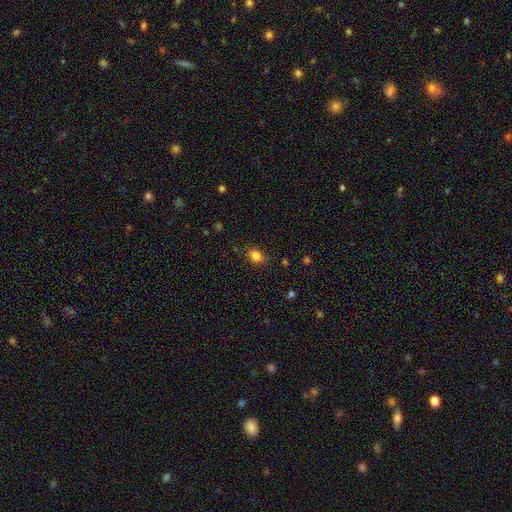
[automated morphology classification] Smooth or featured? Predicted: smooth (p=0.83). How rounded? Predicted: round (p=0.52). Merging? Predicted: none (p=0.82).